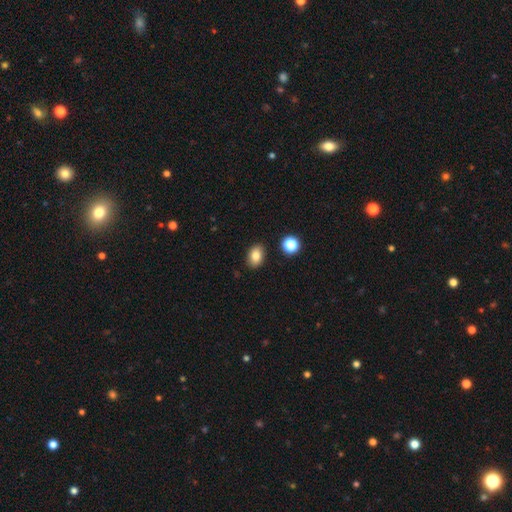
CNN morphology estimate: Smooth or featured? Predicted: smooth (p=0.82). How rounded? Predicted: in between (p=0.77). Merging? Predicted: none (p=0.87).